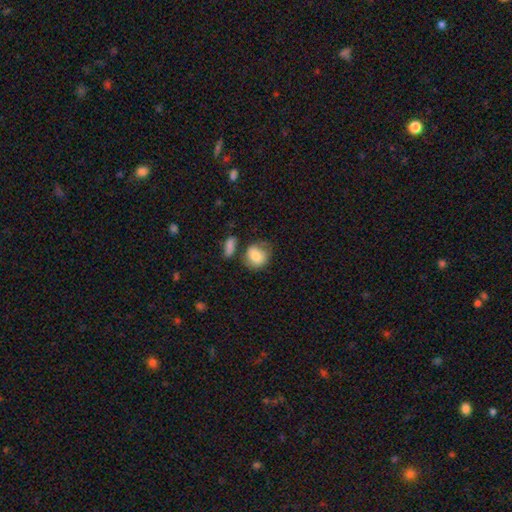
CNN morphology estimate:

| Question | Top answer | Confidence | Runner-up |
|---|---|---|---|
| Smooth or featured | smooth | 78% | featured or disk (15%) |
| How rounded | round | 72% | in between (27%) |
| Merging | none | 52% | minor disturbance (24%) |